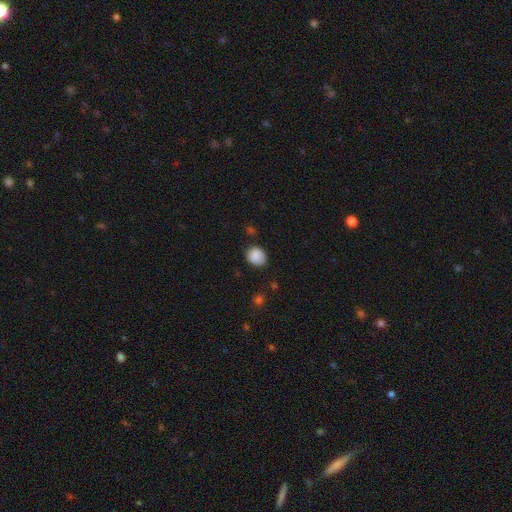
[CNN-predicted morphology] Q: Smooth or featured?
A: smooth (85%); runner-up: star or artifact (8%)
Q: How rounded?
A: round (60%); runner-up: in between (40%)
Q: Merging?
A: none (77%); runner-up: minor disturbance (17%)